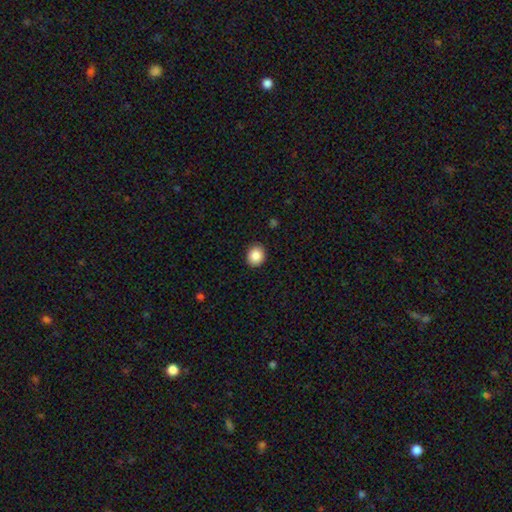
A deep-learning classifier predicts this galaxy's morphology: The model was most divided on "how rounded": round: 73%, in between: 26%, cigar-shaped: 1%. More confident: merging — none (90%); smooth or featured — smooth (87%).